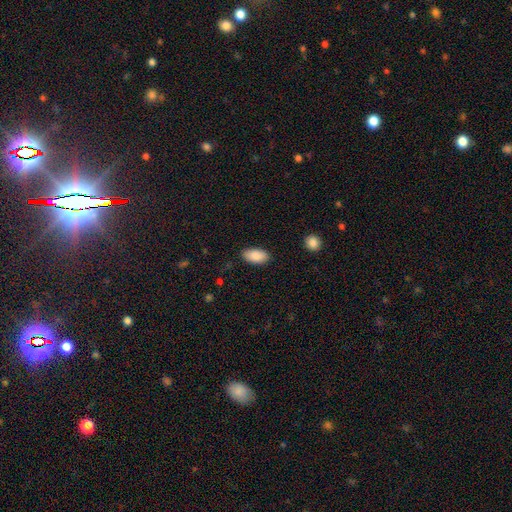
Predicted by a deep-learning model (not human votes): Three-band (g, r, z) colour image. It shows a smooth galaxy with no disk features (89%) that is in between round and cigar-shaped (94%). Merging: none (85%).